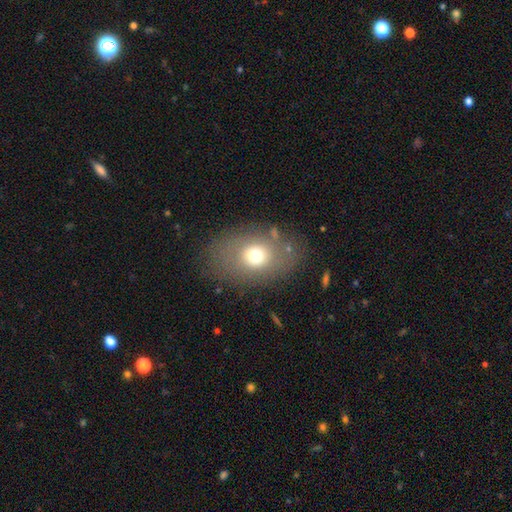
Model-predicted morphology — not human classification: A smooth galaxy with no disk features (66%) that is in between round and cigar-shaped (69%). Merging: none (73%).